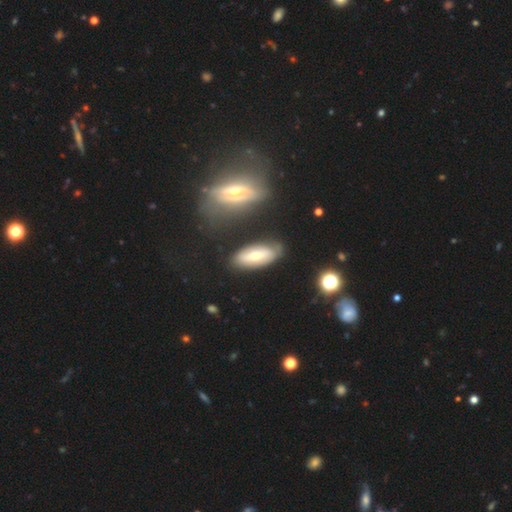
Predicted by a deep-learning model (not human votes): This is possibly a smooth galaxy (48%). Merging: likely none (77%).